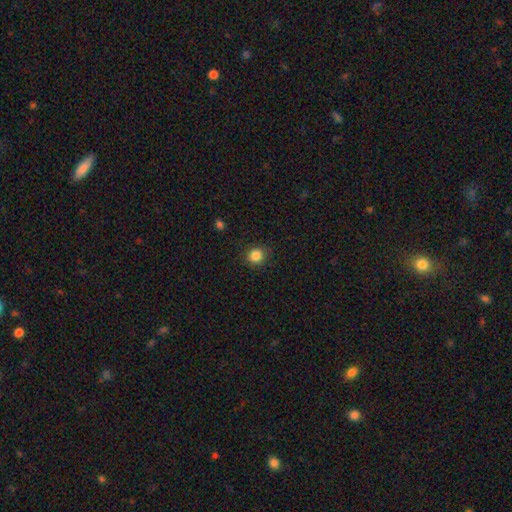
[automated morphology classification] A smooth galaxy with no disk features (85%) that is round (86%).

Vote fractions:
- Smooth or featured? smooth: 85% / star or artifact: 11% / featured or disk: 4%
- How rounded? round: 86% / in between: 13% / cigar-shaped: 1%
- Merging? none: 89% / minor disturbance: 8% / major disturbance: 2% / merger: 1%